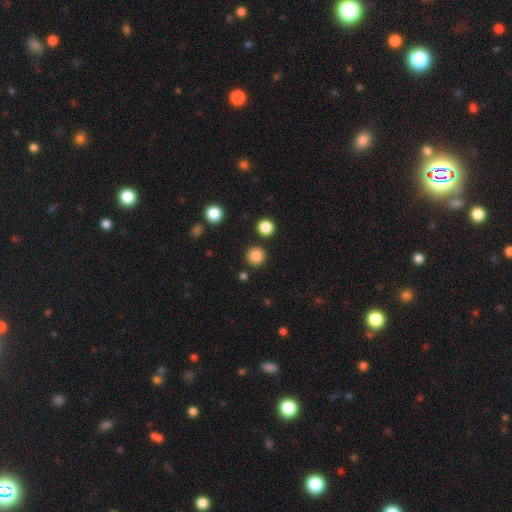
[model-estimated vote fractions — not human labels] Smooth or featured?
  - smooth: 85% *
  - star or artifact: 11%
  - featured or disk: 4%
How rounded?
  - round: 95% *
  - in between: 4%
  - cigar-shaped: 1%
Merging?
  - none: 89% *
  - minor disturbance: 6%
  - merger: 3%
  - major disturbance: 2%